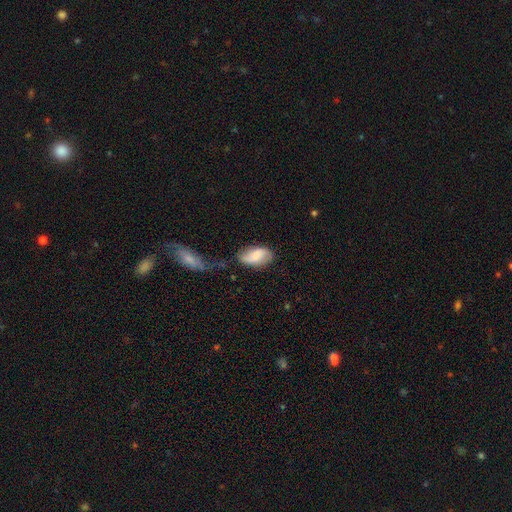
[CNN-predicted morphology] Smooth or featured?
  - smooth: 61% *
  - featured or disk: 31%
  - star or artifact: 8%
How rounded?
  - in between: 92% *
  - round: 5%
  - cigar-shaped: 3%
Merging?
  - none: 58% *
  - minor disturbance: 27%
  - major disturbance: 8%
  - merger: 7%